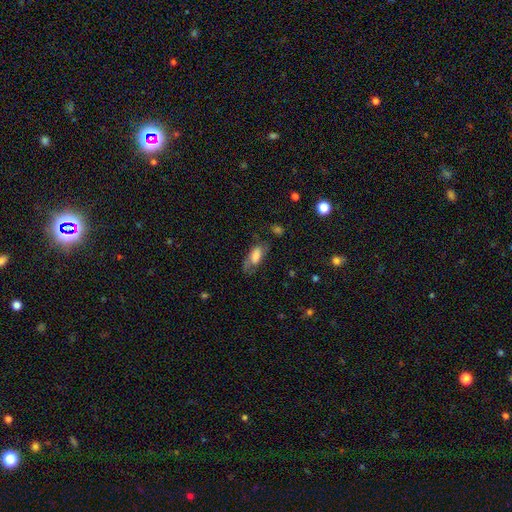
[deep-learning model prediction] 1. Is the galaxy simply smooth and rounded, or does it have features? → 66% smooth, 26% featured or disk, 8% star or artifact.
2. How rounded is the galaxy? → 84% in between, 13% cigar-shaped, 3% round.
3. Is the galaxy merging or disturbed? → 47% none, 28% minor disturbance, 22% major disturbance, 3% merger.